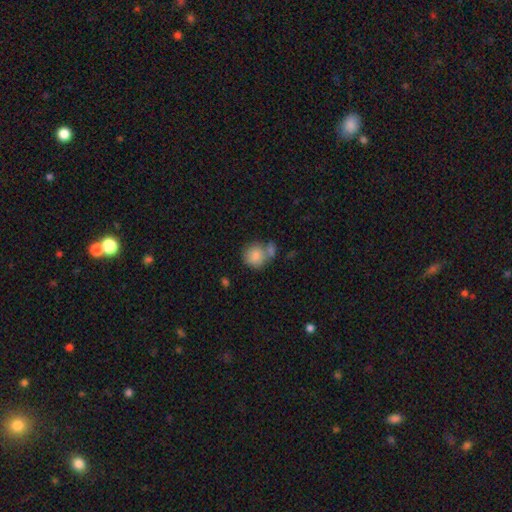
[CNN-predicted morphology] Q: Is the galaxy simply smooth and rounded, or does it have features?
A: smooth — 83%.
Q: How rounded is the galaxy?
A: round — 81%.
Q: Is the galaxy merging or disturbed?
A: none — 45%.